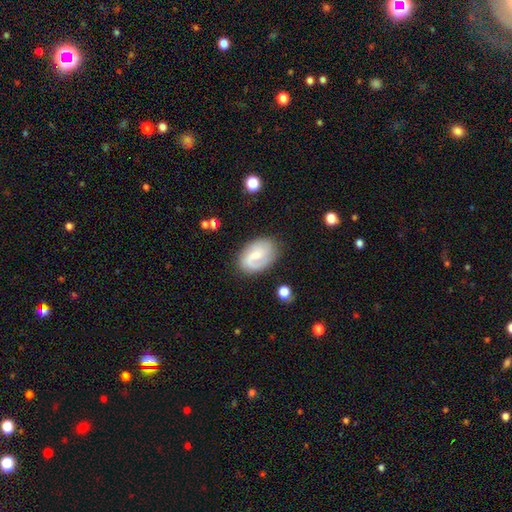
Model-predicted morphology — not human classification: This is possibly a featured or disk galaxy (59%). It is clearly not viewed edge-on (97%). Bar: possibly weak (48%). Spiral arm pattern: clearly yes (88%). Central bulge: possibly small (45%). Merging: likely none (74%).